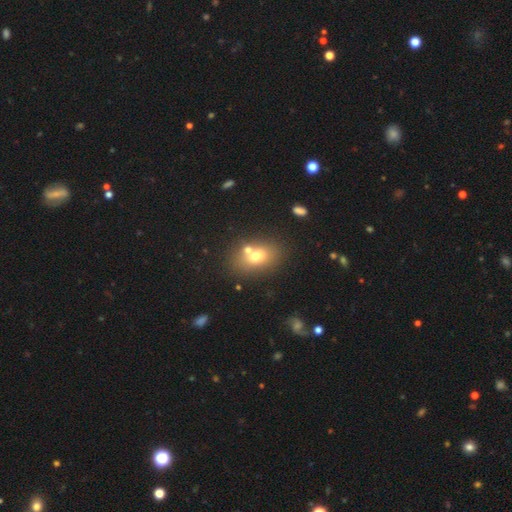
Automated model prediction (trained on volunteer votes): Smooth or featured? Predicted: smooth (p=0.67). How rounded? Predicted: in between (p=0.72). Merging? Predicted: none (p=0.56).